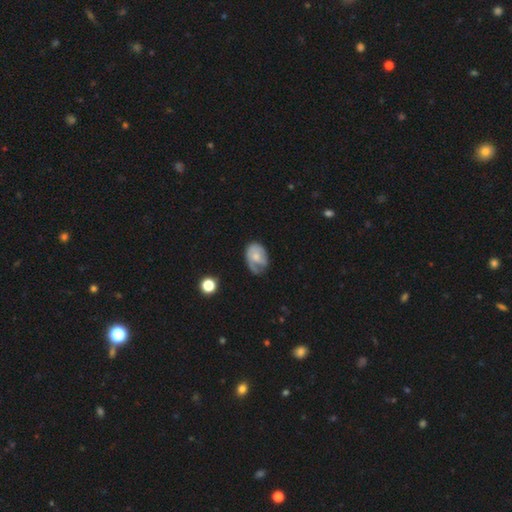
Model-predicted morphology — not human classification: Q: Smooth or featured?
A: featured or disk (48%); runner-up: smooth (45%)
Q: Merging?
A: none (43%); runner-up: minor disturbance (34%)